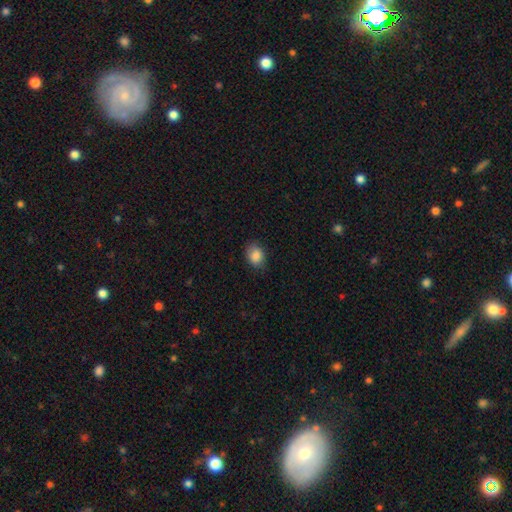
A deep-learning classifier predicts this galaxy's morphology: Q: Smooth or featured?
A: smooth (87%); runner-up: star or artifact (8%)
Q: How rounded?
A: in between (66%); runner-up: round (33%)
Q: Merging?
A: none (79%); runner-up: minor disturbance (16%)